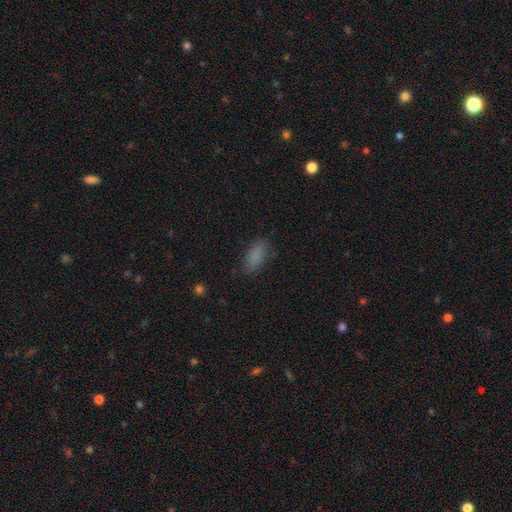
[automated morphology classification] The model was most divided on "how rounded": in between: 80%, cigar-shaped: 17%, round: 3%. More confident: smooth or featured — smooth (85%); merging — none (80%).